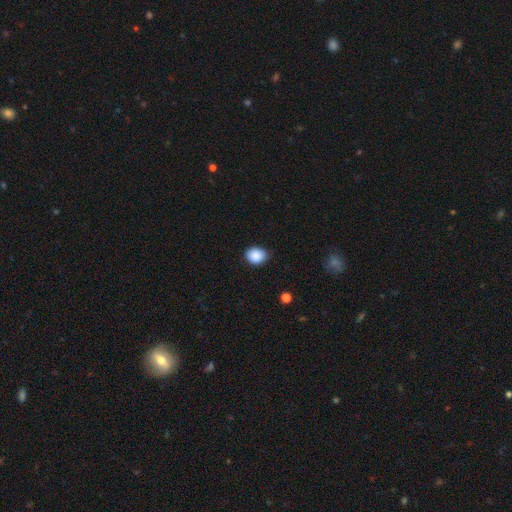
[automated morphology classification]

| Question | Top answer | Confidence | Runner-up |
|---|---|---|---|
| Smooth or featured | smooth | 88% | star or artifact (8%) |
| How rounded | round | 59% | in between (41%) |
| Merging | none | 73% | minor disturbance (23%) |